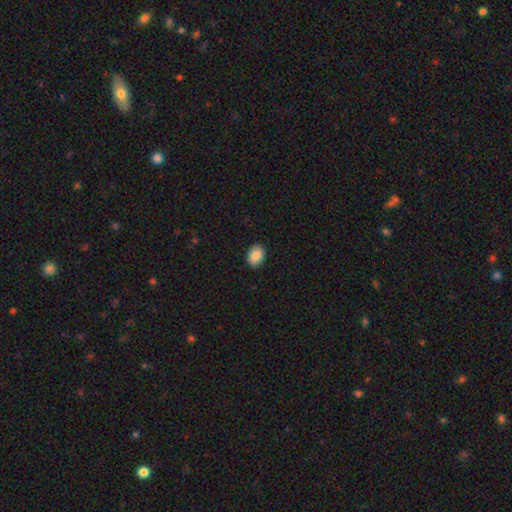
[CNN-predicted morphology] This appears to be a smooth galaxy with no disk features (88%) that is in between round and cigar-shaped (73%). Merging: none (90%).